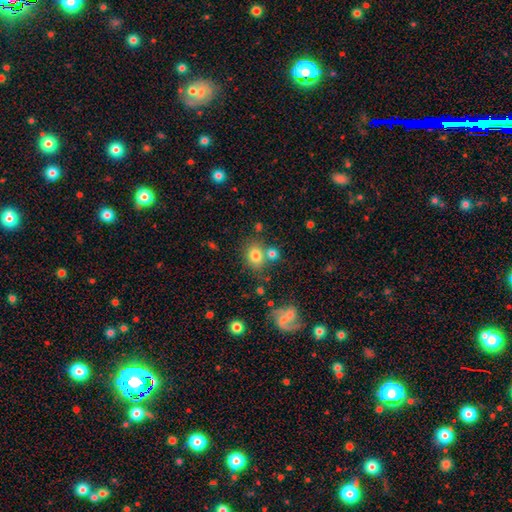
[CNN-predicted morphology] This appears to be a smooth galaxy with no disk features (77%) that is round (61%). Merging: none (64%).